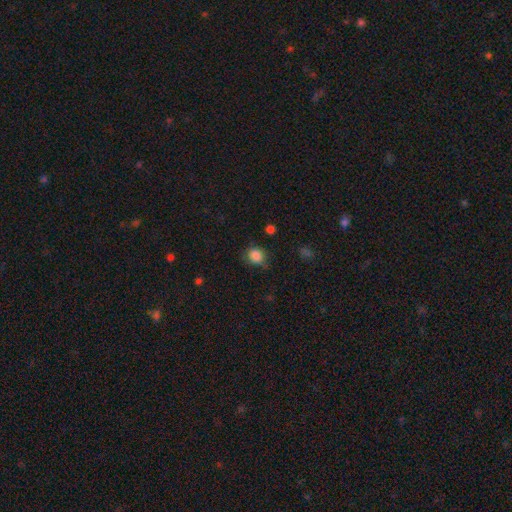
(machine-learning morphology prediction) A smooth galaxy with no disk features (85%) that is round (82%).

Vote fractions:
- Smooth or featured? smooth: 85% / star or artifact: 10% / featured or disk: 4%
- How rounded? round: 82% / in between: 17% / cigar-shaped: 1%
- Merging? none: 70% / minor disturbance: 22% / major disturbance: 5% / merger: 2%